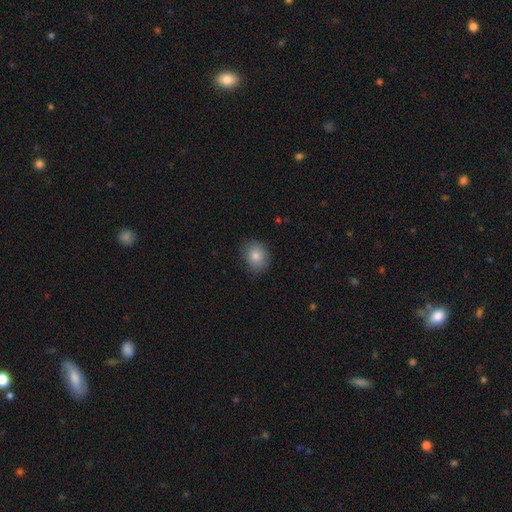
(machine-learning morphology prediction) This appears to be a smooth galaxy with no disk features (83%) that is round (66%). Merging: none (83%).